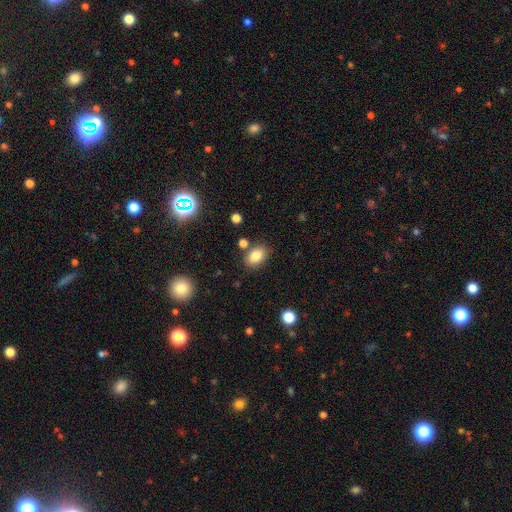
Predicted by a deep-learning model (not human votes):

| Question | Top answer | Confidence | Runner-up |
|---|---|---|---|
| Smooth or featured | smooth | 82% | star or artifact (10%) |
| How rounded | in between | 81% | round (17%) |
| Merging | none | 80% | minor disturbance (11%) |